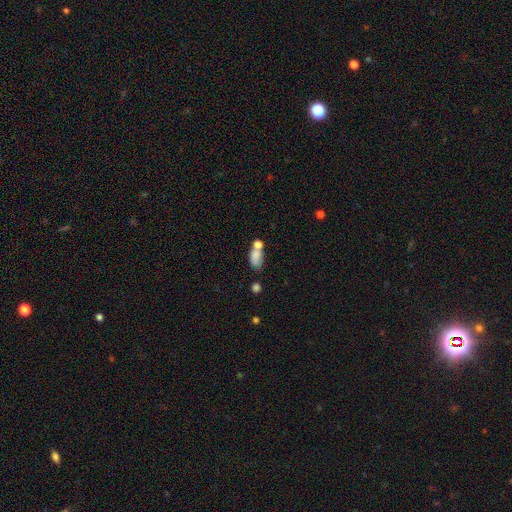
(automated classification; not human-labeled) A smooth galaxy with no disk features (78%) that is in between round and cigar-shaped (86%).

Vote fractions:
- Smooth or featured? smooth: 78% / featured or disk: 12% / star or artifact: 10%
- How rounded? in between: 86% / round: 9% / cigar-shaped: 5%
- Merging? merger: 41% / none: 35% / minor disturbance: 16% / major disturbance: 9%